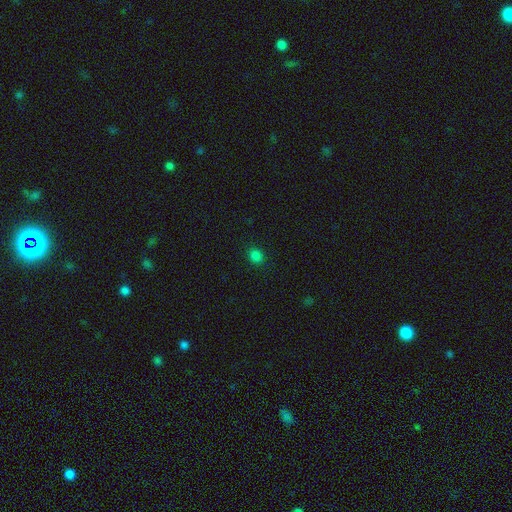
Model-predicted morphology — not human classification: This appears to be a smooth galaxy with no disk features (82%) that is round (72%). Merging: none (90%).